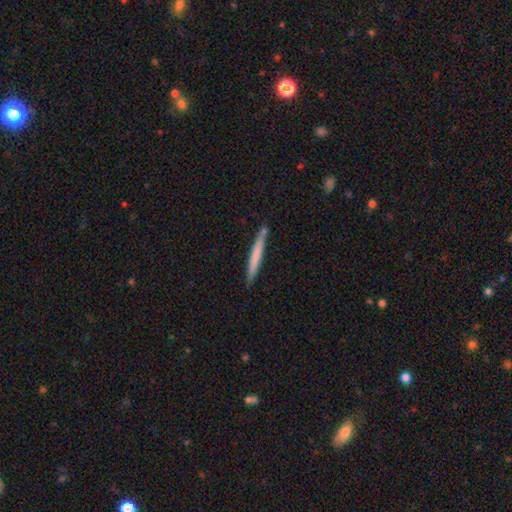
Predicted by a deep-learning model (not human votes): Smooth or featured? Predicted: smooth (p=0.66). How rounded? Predicted: cigar-shaped (p=0.97). Merging? Predicted: none (p=0.84).